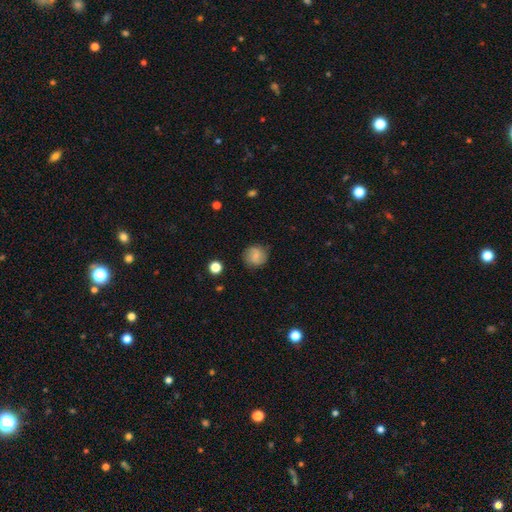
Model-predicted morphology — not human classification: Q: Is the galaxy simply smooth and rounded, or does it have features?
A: smooth — 73%.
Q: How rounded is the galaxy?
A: round — 90%.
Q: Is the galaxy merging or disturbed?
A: none — 84%.